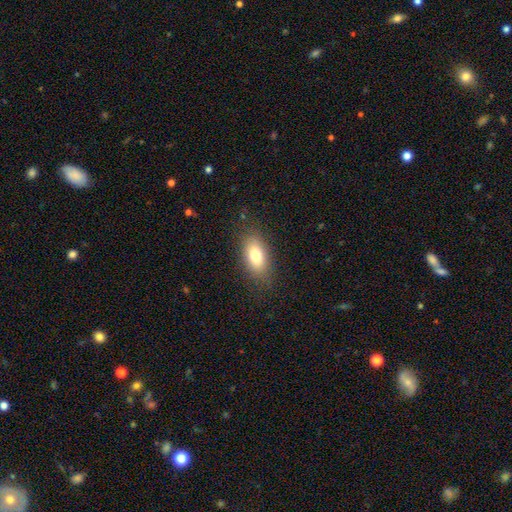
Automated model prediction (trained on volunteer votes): smooth 78%, featured or disk 14%, star or artifact 9%. Down the decision tree: how rounded — in between (86%); merging — none (82%).